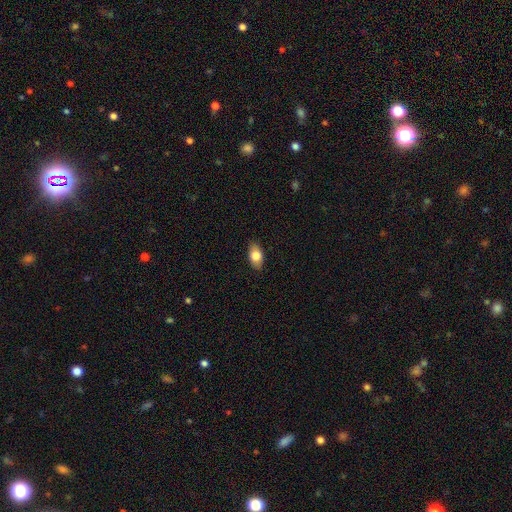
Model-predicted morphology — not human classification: type=smooth (79%); roundness=in between (89%); merging=none (87%).